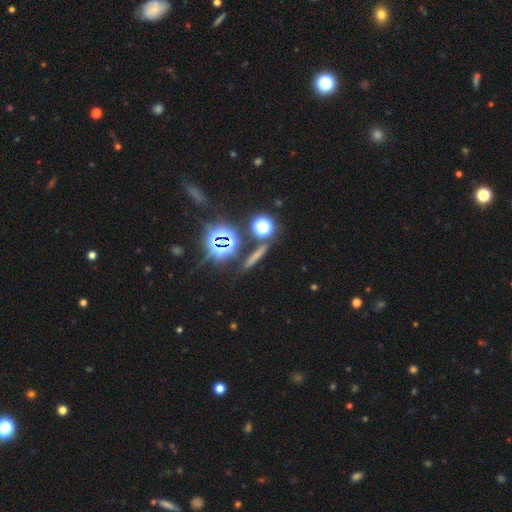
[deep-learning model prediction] This is possibly a smooth galaxy (52%). How rounded: likely cigar-shaped (76%). Merging: clearly none (83%).